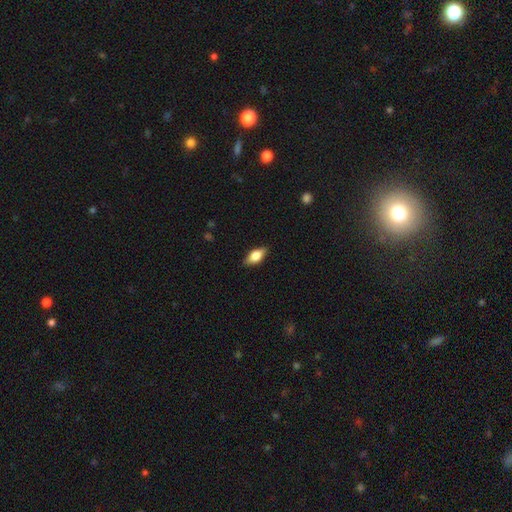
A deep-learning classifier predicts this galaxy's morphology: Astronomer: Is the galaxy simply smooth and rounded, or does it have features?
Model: smooth — 68%.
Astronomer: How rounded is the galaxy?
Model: in between — 84%.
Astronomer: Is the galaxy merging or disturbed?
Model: none — 85%.